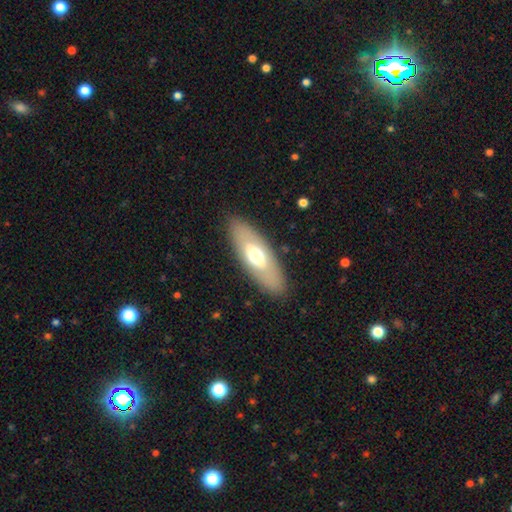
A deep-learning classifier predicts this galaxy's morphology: This is possibly a smooth galaxy (55%). How rounded: likely in between (75%). Merging: clearly none (87%).